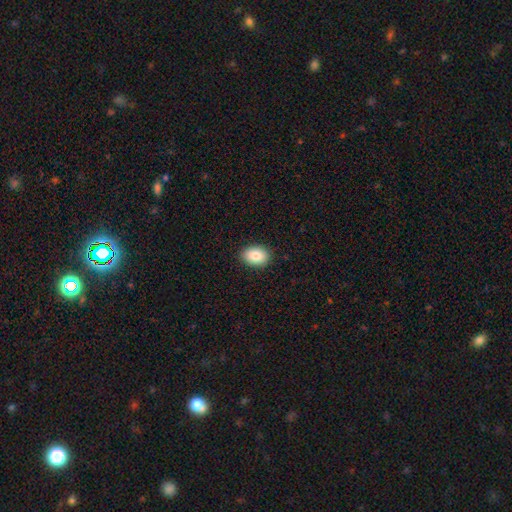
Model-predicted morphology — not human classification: Smooth or featured? smooth (85%)
How rounded? in between (75%)
Merging? none (89%)